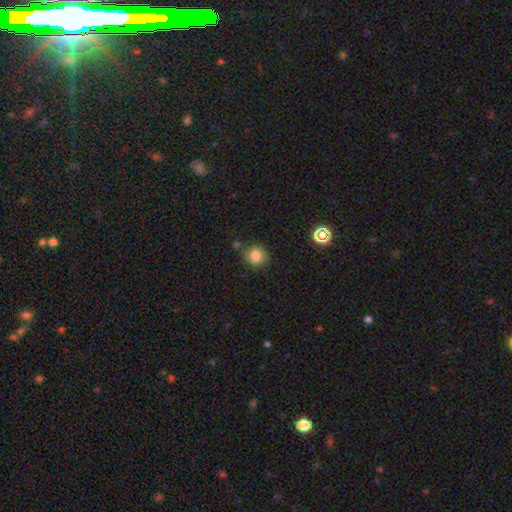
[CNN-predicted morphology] smooth-or-featured: smooth: 80% | star or artifact: 12% | featured or disk: 8%
  how-rounded: round: 78% | in between: 21% | cigar-shaped: 1%
  merging: none: 76% | minor disturbance: 15% | merger: 5% | major disturbance: 4%